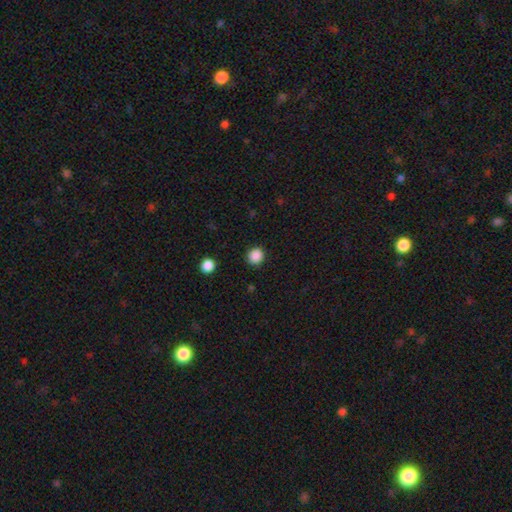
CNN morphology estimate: This appears to be a smooth galaxy with no disk features (88%) that is round (88%). Merging: none (91%).